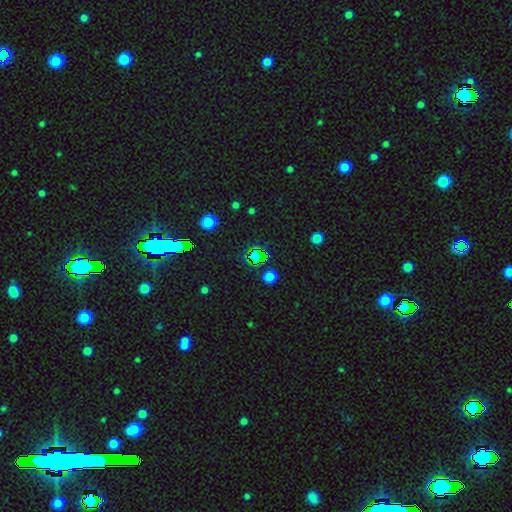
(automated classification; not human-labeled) Overall: star or artifact (66%).